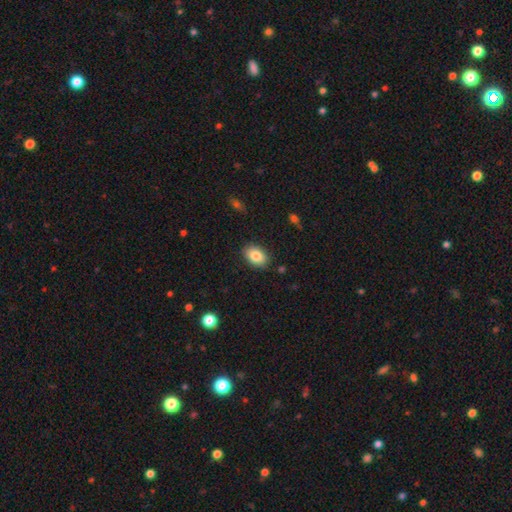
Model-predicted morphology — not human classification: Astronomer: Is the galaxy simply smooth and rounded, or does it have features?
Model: smooth — 83%.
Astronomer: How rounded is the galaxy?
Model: in between — 84%.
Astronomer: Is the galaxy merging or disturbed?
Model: none — 88%.